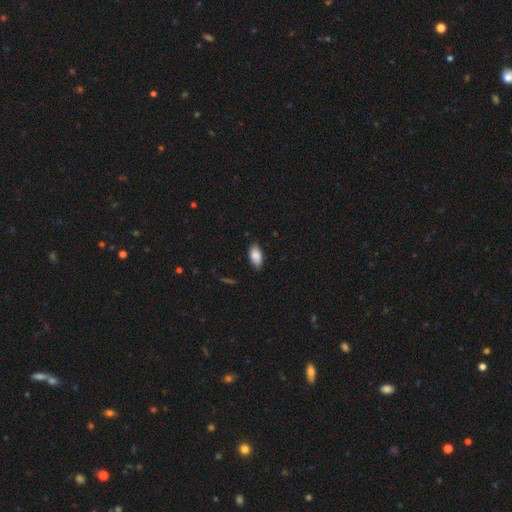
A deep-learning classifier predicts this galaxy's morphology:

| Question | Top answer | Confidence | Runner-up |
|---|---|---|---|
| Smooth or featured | smooth | 87% | star or artifact (7%) |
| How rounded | in between | 93% | cigar-shaped (4%) |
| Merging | none | 83% | minor disturbance (14%) |